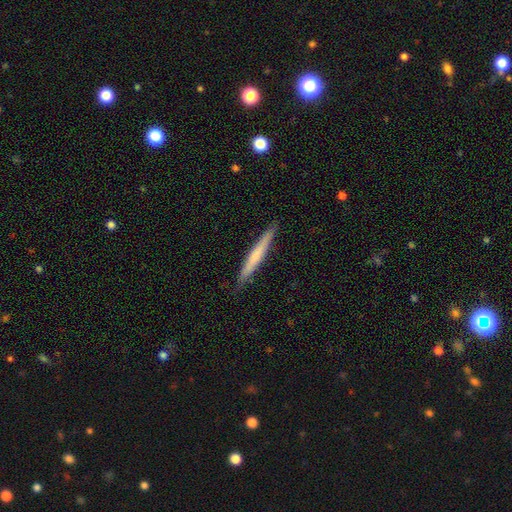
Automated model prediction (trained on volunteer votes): The model was most divided on "smooth or featured": smooth: 56%, featured or disk: 39%, star or artifact: 5%. More confident: how rounded — cigar-shaped (96%); merging — none (89%).